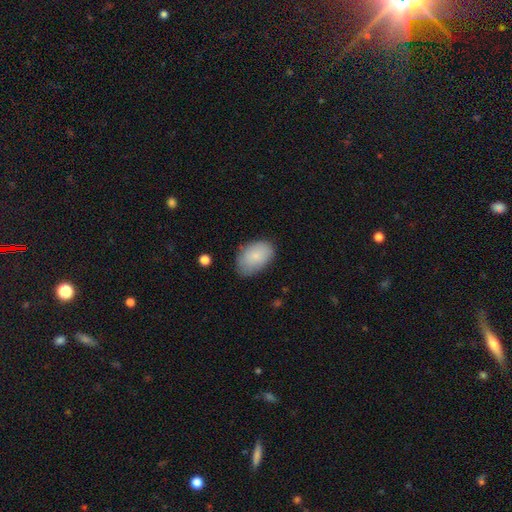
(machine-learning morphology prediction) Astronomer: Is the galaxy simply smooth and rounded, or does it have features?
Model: smooth — 82%.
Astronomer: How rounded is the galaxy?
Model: in between — 89%.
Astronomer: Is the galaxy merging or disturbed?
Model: none — 71%.